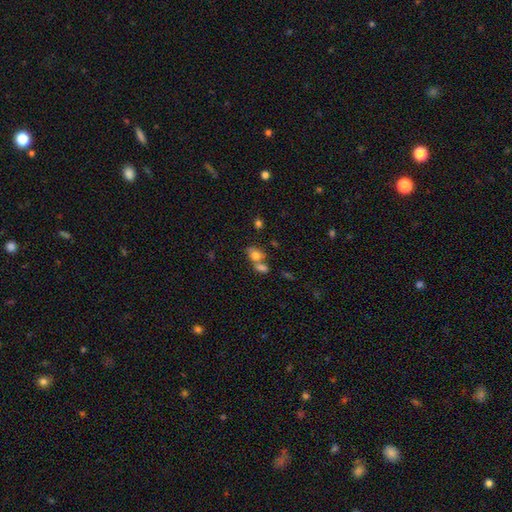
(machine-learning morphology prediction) Overall: smooth (75%). How rounded: in between (67%; round 30%). Merging: merger (44%; none 38%).